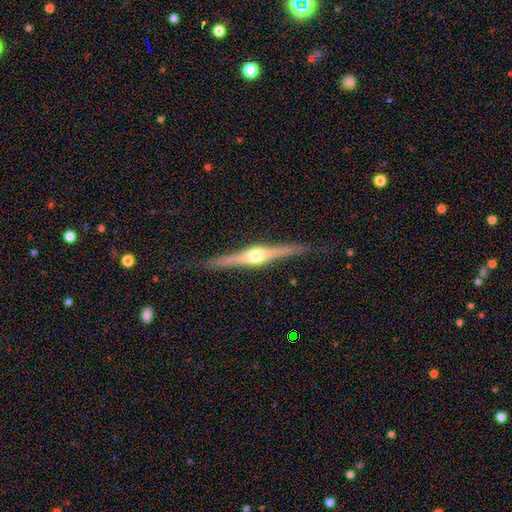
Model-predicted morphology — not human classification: Smooth or featured? Predicted: featured or disk (p=0.82). Edge-on disk? Predicted: yes (p=0.98). Edge-on bulge? Predicted: rounded (p=0.93). Merging? Predicted: none (p=0.89).